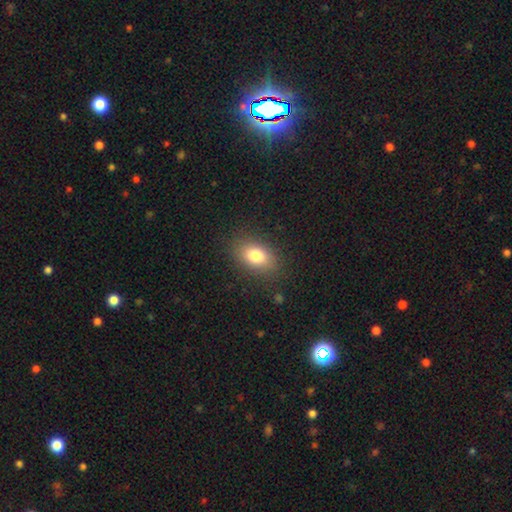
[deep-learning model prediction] Smooth or featured: smooth — 80% (featured or disk — 10%)
How rounded: in between — 84% (round — 14%)
Merging: none — 84% (minor disturbance — 11%)